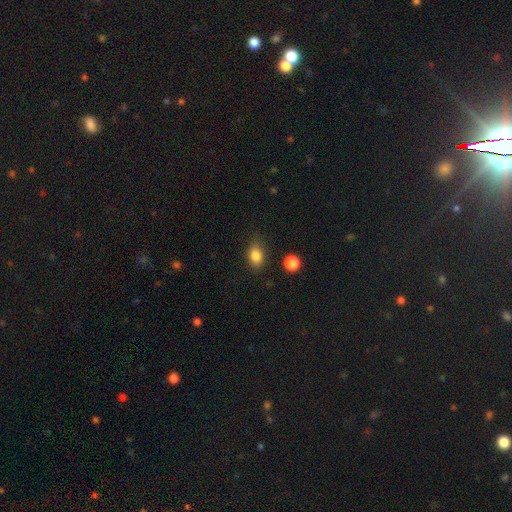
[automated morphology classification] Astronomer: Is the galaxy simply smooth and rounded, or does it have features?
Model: smooth — 84%.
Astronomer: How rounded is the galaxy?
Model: in between — 74%.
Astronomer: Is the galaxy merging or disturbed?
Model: none — 76%.